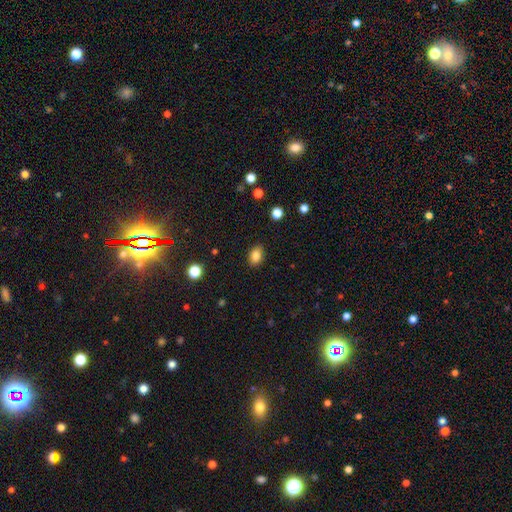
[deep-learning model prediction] The model was most divided on "how rounded": in between: 81%, round: 18%, cigar-shaped: 1%. More confident: merging — none (87%); smooth or featured — smooth (84%).